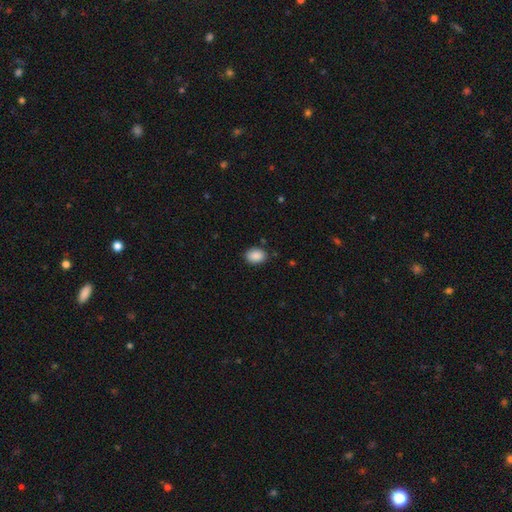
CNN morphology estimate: This is clearly a smooth galaxy (89%). How rounded: likely in between (74%). Merging: clearly none (86%).